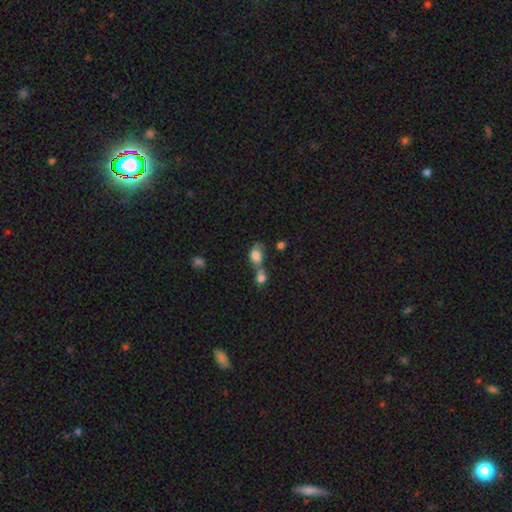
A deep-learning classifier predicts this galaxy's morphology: smooth 72%, featured or disk 17%, star or artifact 12%. Down the decision tree: how rounded — in between (59%); merging — merger (65%).